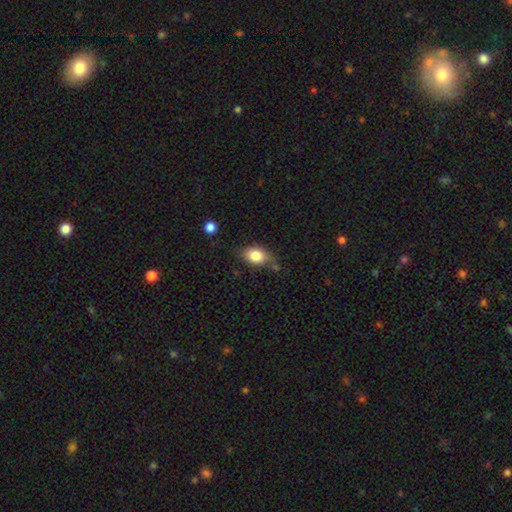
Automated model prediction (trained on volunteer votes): Smooth or featured?
  - smooth: 82% *
  - featured or disk: 10%
  - star or artifact: 8%
How rounded?
  - in between: 80% *
  - round: 18%
  - cigar-shaped: 2%
Merging?
  - none: 63% *
  - minor disturbance: 24%
  - merger: 7%
  - major disturbance: 6%